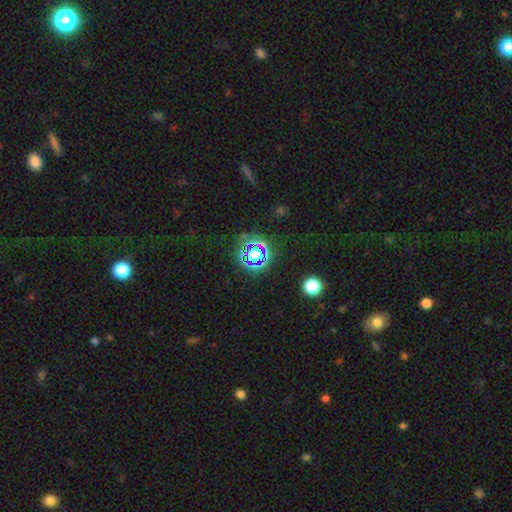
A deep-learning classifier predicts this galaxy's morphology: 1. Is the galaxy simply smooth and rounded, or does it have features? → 69% star or artifact, 20% smooth, 11% featured or disk.